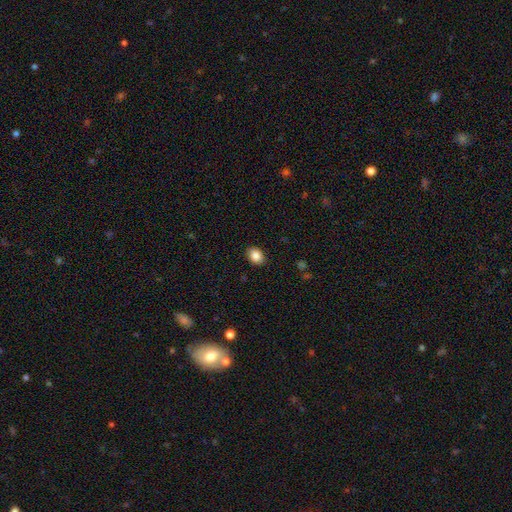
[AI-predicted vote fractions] Morphology: type=smooth (88%); roundness=in between (62%); merging=none (89%).